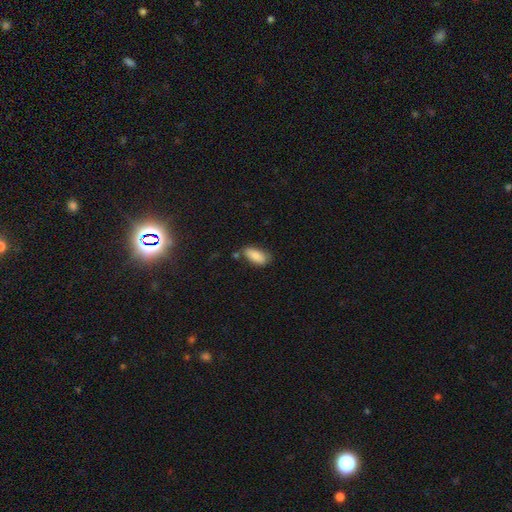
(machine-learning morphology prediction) This is clearly a smooth galaxy (84%). How rounded: clearly in between (89%). Merging: likely none (67%).